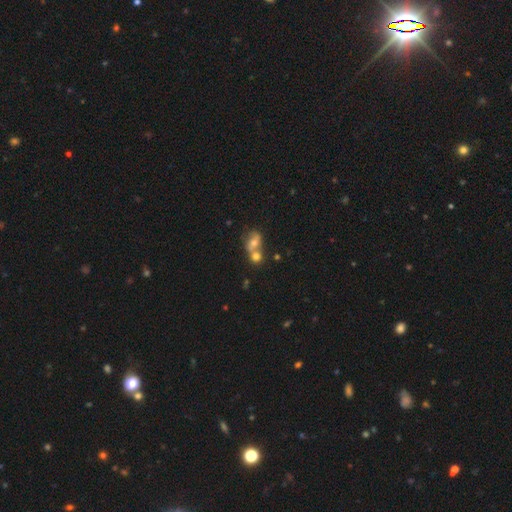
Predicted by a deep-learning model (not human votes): smooth_or_featured: smooth (p=0.53) [alt: star or artifact p=0.24]
how_rounded: in between (p=0.49) [alt: round p=0.46]
merging: merger (p=0.53) [alt: none p=0.33]